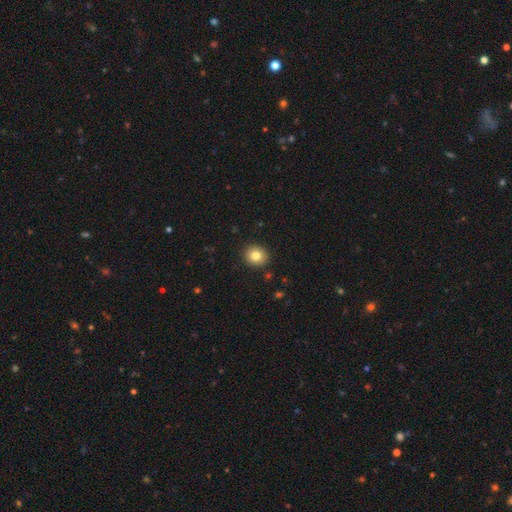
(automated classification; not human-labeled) A smooth galaxy with no disk features (81%) that is round (74%). Merging: none (91%).